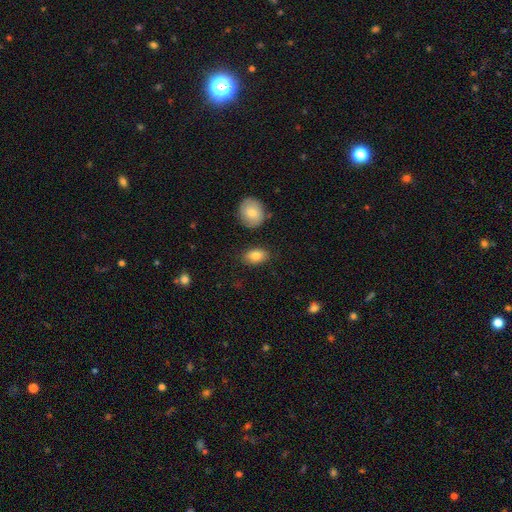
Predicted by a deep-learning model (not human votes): This is clearly a smooth galaxy (82%). How rounded: clearly in between (89%). Merging: clearly none (84%).